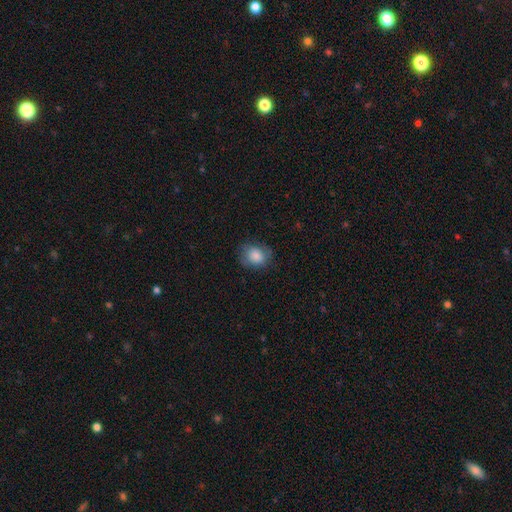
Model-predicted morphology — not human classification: smooth_or_featured: smooth (p=0.82) [alt: featured or disk p=0.10]
how_rounded: round (p=0.50) [alt: in between p=0.49]
merging: none (p=0.69) [alt: minor disturbance p=0.22]